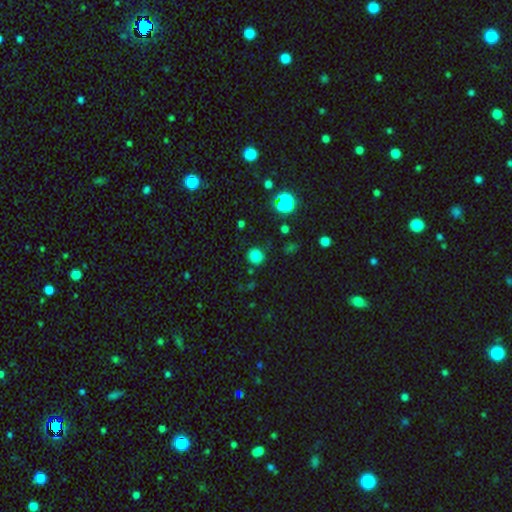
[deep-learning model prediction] Morphology: type=smooth (80%); roundness=round (89%); merging=none (84%).